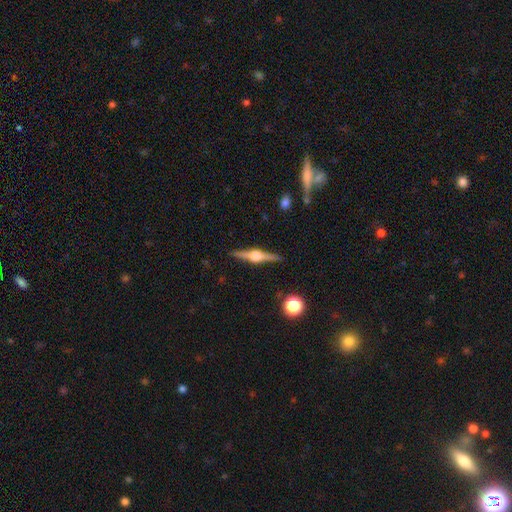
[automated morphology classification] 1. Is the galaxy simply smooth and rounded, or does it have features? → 84% featured or disk, 10% smooth, 6% star or artifact.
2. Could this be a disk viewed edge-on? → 98% yes, 2% no.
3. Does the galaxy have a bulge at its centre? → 93% rounded, 6% boxy, 1% none.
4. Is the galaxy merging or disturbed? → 91% none, 6% minor disturbance, 1% major disturbance, 1% merger.